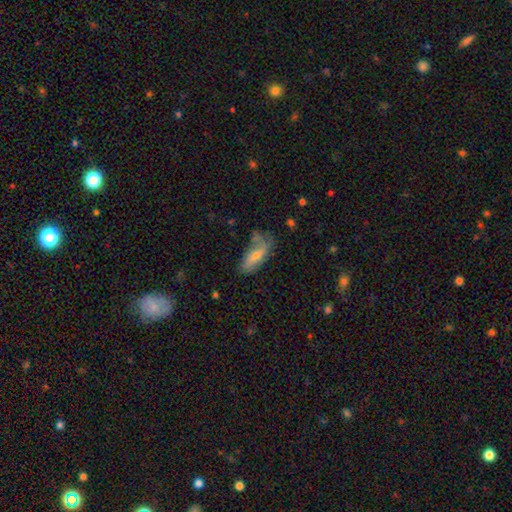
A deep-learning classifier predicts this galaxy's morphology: smooth_or_featured: smooth (p=0.54) [alt: featured or disk p=0.38]
how_rounded: in between (p=0.71) [alt: cigar-shaped p=0.26]
merging: none (p=0.50) [alt: minor disturbance p=0.31]